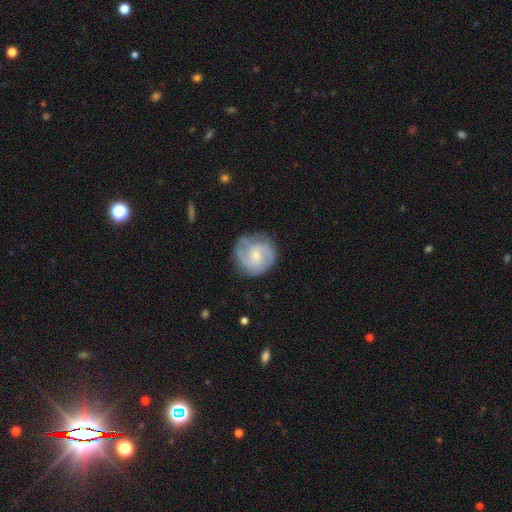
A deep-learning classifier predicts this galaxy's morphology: type=featured or disk (74%); edge-on=no (98%); bar=no (64%); spiral arms=yes (92%); winding=tight (46%); arm count=2 (37%); bulge=small (66%); merging=none (75%).